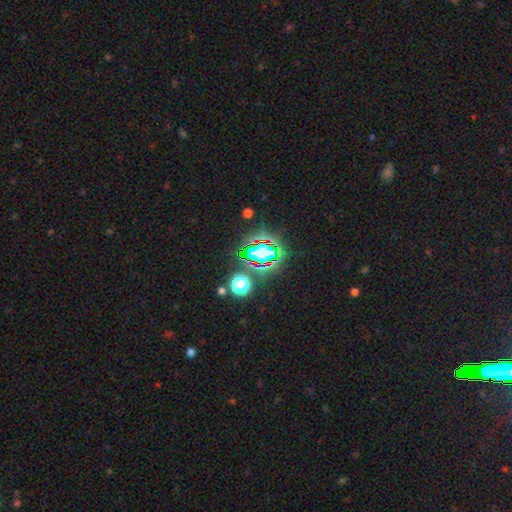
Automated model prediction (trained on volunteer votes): Overall: star or artifact (79%).